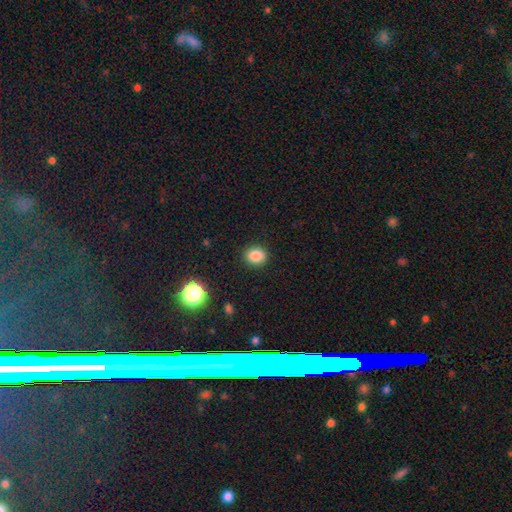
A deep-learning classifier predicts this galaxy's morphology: Smooth or featured?
  - smooth: 84% *
  - star or artifact: 11%
  - featured or disk: 4%
How rounded?
  - round: 58% *
  - in between: 41%
  - cigar-shaped: 1%
Merging?
  - none: 89% *
  - minor disturbance: 7%
  - major disturbance: 2%
  - merger: 1%